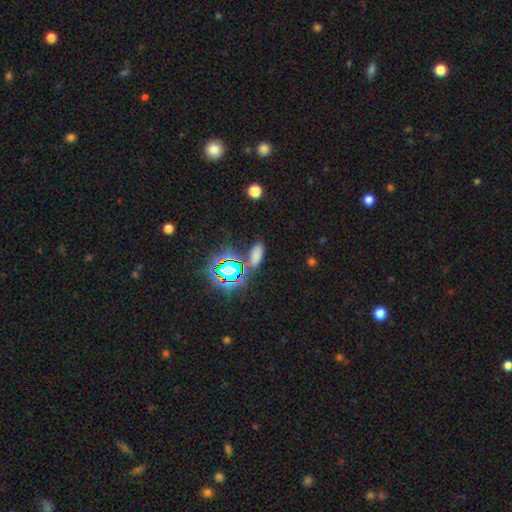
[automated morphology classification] A smooth galaxy with no disk features (64%) that is in between round and cigar-shaped (80%). Merging: none (77%).